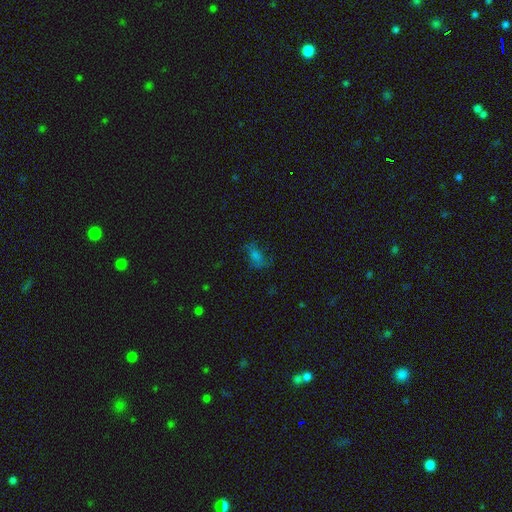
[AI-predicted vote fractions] The model was most divided on "smooth or featured": smooth: 47%, star or artifact: 29%, featured or disk: 24%. More confident: merging — none (60%).